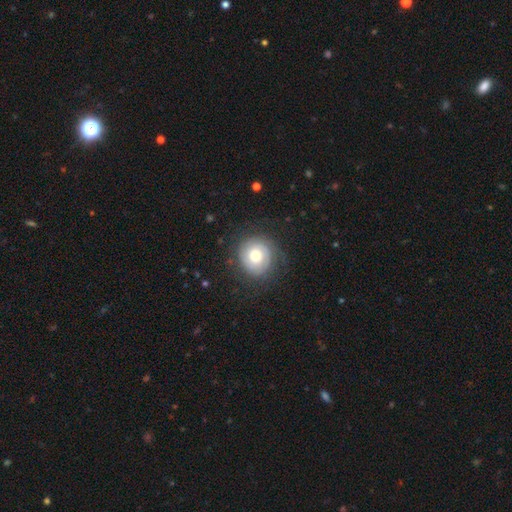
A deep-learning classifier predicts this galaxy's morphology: Smooth or featured: featured or disk — 48% (smooth — 44%)
Merging: none — 77% (minor disturbance — 14%)